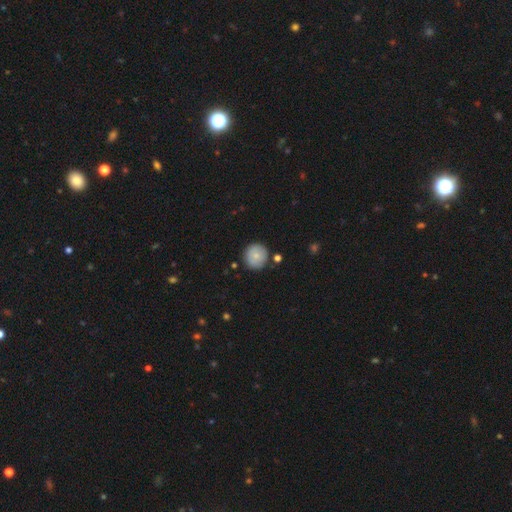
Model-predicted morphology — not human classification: type=smooth (81%); roundness=round (93%); merging=none (85%).